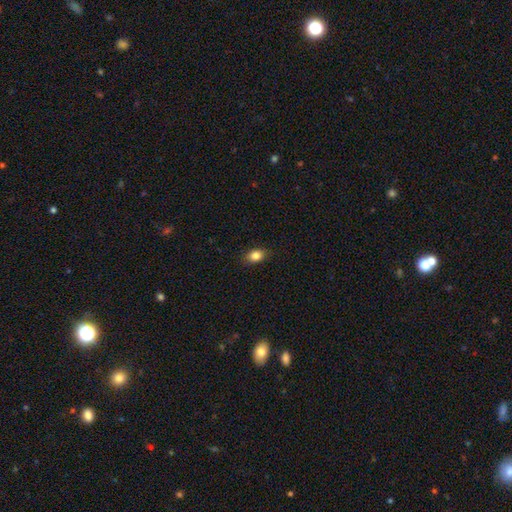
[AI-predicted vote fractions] A smooth galaxy with no disk features (85%) that is in between round and cigar-shaped (72%).

Vote fractions:
- Smooth or featured? smooth: 85% / star or artifact: 9% / featured or disk: 5%
- How rounded? in between: 72% / round: 26% / cigar-shaped: 2%
- Merging? none: 87% / minor disturbance: 10% / major disturbance: 2% / merger: 1%